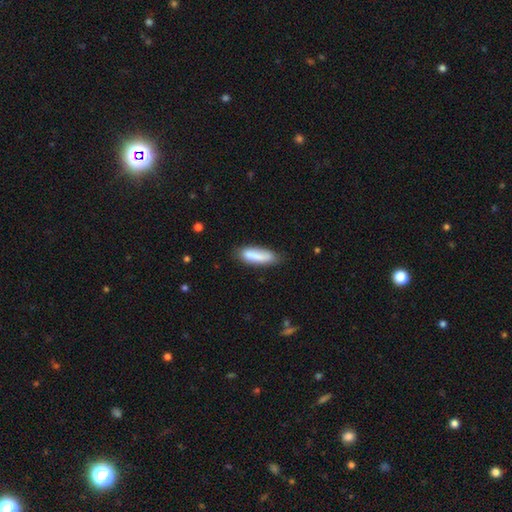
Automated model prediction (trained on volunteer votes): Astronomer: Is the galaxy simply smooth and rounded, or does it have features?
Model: smooth — 82%.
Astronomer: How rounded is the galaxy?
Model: cigar-shaped — 55% (runner-up: in between, 43%).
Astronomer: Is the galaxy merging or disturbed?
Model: none — 71%.